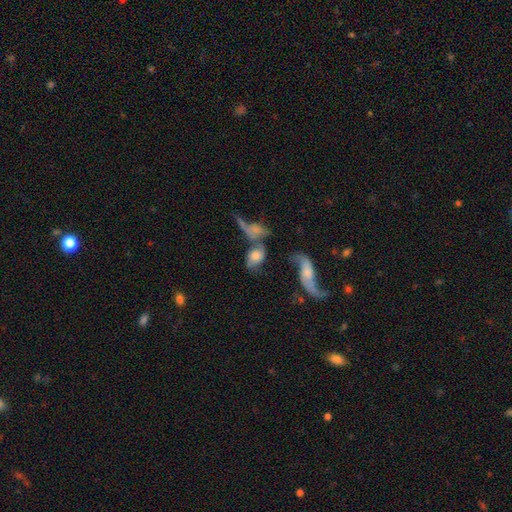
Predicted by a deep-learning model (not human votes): Morphology: type=smooth (59%); roundness=in between (82%); merging=merger (47%).